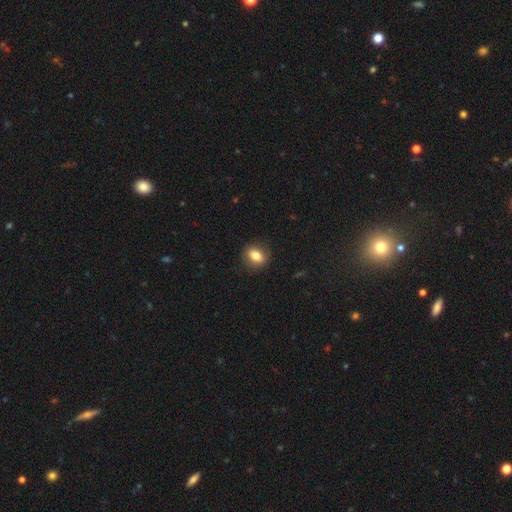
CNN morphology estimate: smooth_or_featured: smooth (p=0.81) [alt: featured or disk p=0.09]
how_rounded: in between (p=0.61) [alt: round p=0.37]
merging: none (p=0.87) [alt: minor disturbance p=0.10]